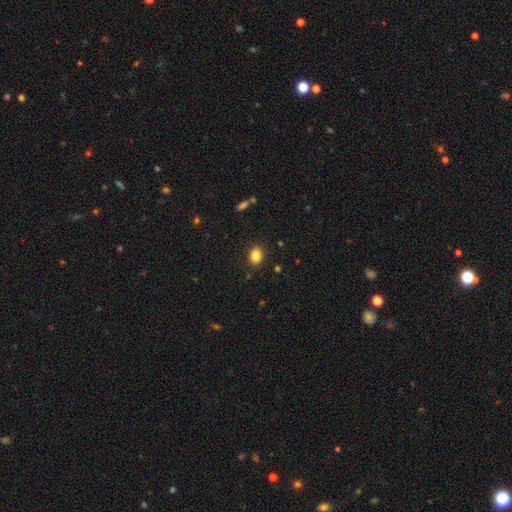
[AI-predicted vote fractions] smooth-or-featured: smooth: 83% | star or artifact: 10% | featured or disk: 7%
  how-rounded: in between: 61% | round: 38% | cigar-shaped: 1%
  merging: none: 89% | minor disturbance: 8% | major disturbance: 2% | merger: 1%